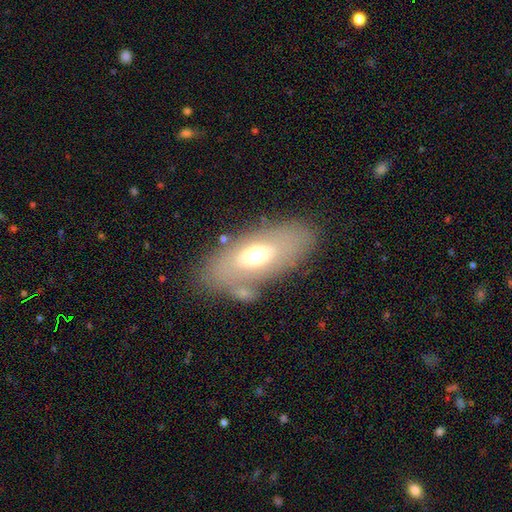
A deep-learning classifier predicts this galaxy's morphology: A smooth galaxy with no disk features (55%) that is in between round and cigar-shaped (85%).

Vote fractions:
- Smooth or featured? smooth: 55% / featured or disk: 35% / star or artifact: 10%
- How rounded? in between: 85% / cigar-shaped: 8% / round: 7%
- Merging? none: 71% / minor disturbance: 13% / merger: 8% / major disturbance: 7%